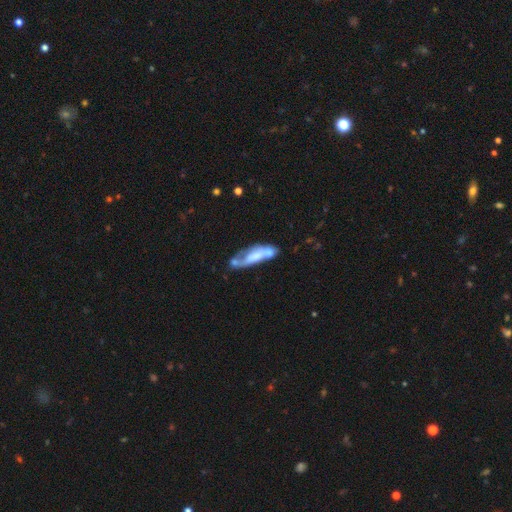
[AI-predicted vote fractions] Overall: featured or disk (47%; smooth 45%). Merging: merger (35%; none 28%).